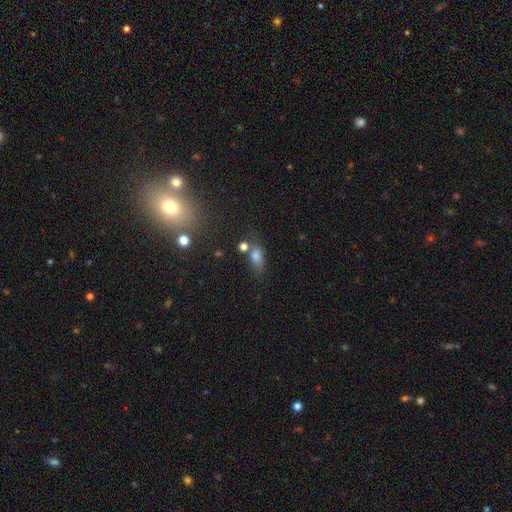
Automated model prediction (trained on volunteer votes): Overall: smooth (73%). How rounded: in between (73%). Merging: none (54%; minor disturbance 19%).